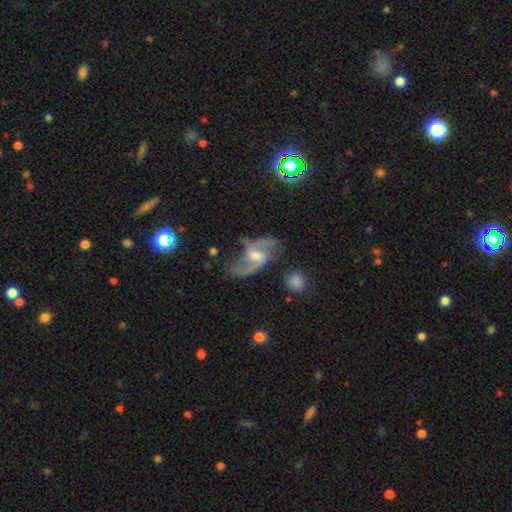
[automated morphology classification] This is clearly a featured or disk galaxy (85%). It is clearly not viewed edge-on (96%). Bar: possibly weak (50%). Spiral arm pattern: clearly yes (95%). Spiral arm count: clearly 2 (90%). Spiral winding: possibly loose (50%). Central bulge: possibly moderate (53%). Merging: likely none (64%).